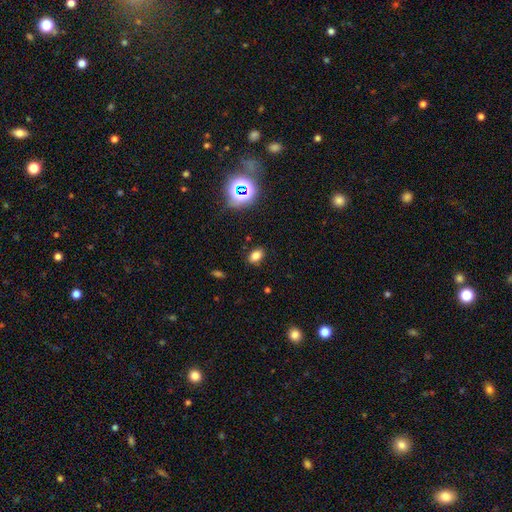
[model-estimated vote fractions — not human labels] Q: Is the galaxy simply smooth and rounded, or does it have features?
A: smooth — 77%.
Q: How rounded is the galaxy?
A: in between — 82%.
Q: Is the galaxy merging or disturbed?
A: none — 87%.